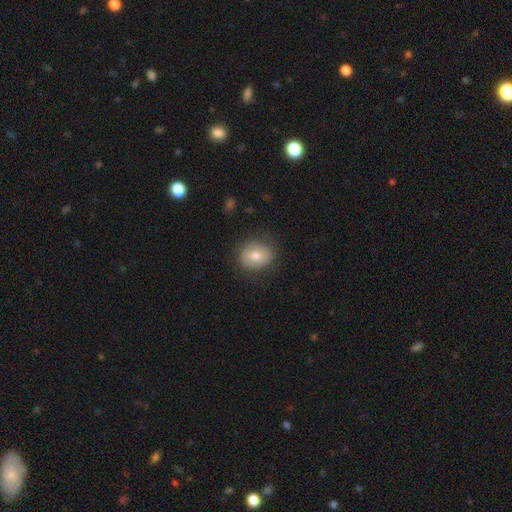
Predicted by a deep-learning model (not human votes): Smooth or featured? smooth (71%)
How rounded? round (68%)
Merging? none (82%)